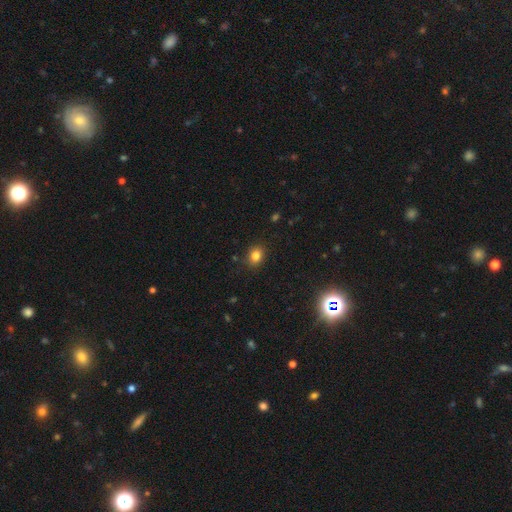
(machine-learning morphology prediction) Overall: smooth (82%). How rounded: in between (53%; round 46%). Merging: none (86%).